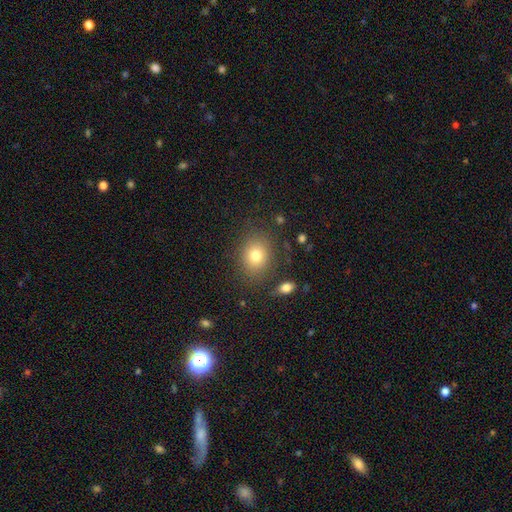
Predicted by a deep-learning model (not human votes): Smooth or featured: smooth — 78% (star or artifact — 12%)
How rounded: round — 61% (in between — 38%)
Merging: none — 83% (minor disturbance — 10%)